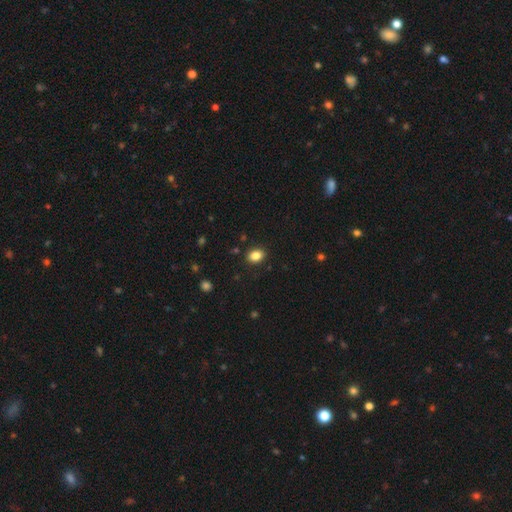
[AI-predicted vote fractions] Smooth or featured? Predicted: smooth (p=0.85). How rounded? Predicted: in between (p=0.66). Merging? Predicted: none (p=0.88).